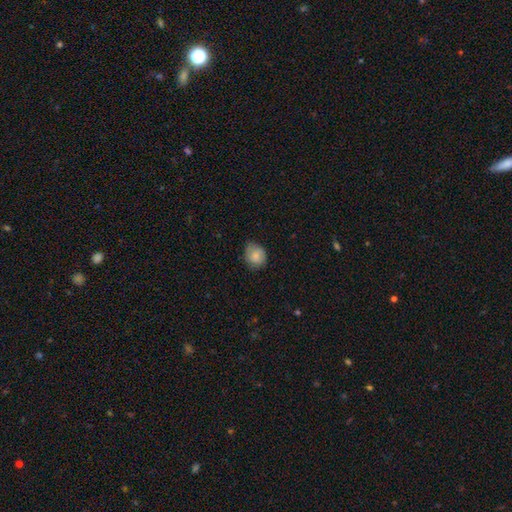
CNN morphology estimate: Q: Smooth or featured?
A: smooth (84%); runner-up: featured or disk (8%)
Q: How rounded?
A: round (66%); runner-up: in between (33%)
Q: Merging?
A: none (65%); runner-up: minor disturbance (29%)